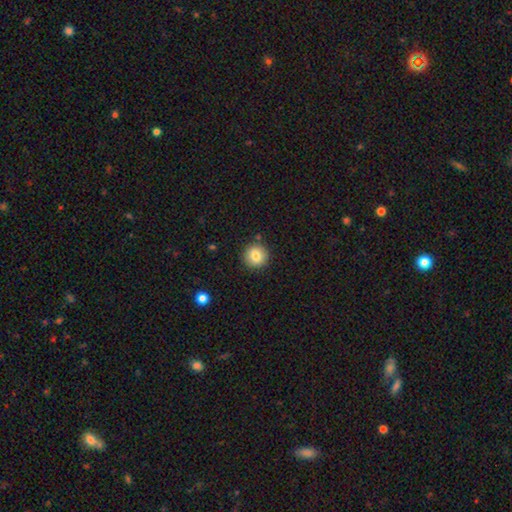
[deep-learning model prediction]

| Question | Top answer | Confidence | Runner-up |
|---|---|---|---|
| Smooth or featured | smooth | 81% | star or artifact (10%) |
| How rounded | round | 94% | in between (5%) |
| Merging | none | 88% | minor disturbance (7%) |